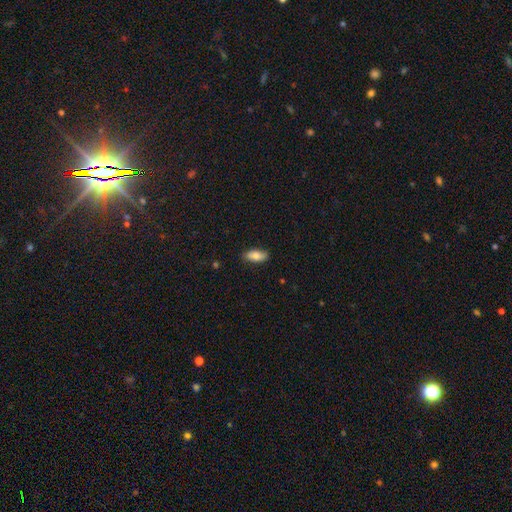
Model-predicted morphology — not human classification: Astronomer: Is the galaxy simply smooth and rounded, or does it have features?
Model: smooth — 81%.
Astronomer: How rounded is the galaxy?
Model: in between — 87%.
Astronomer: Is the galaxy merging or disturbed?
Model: none — 85%.